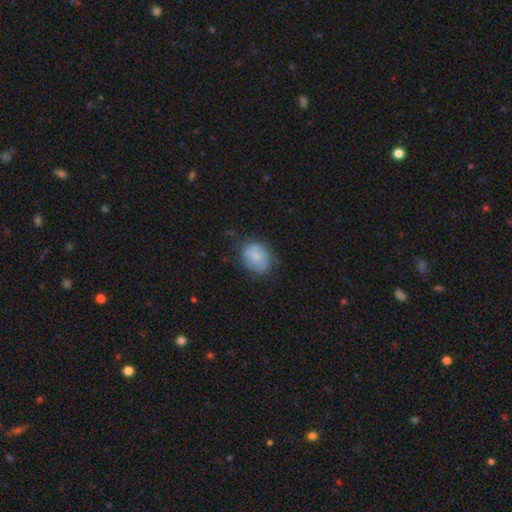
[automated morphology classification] Smooth or featured?
  - smooth: 70% *
  - featured or disk: 22%
  - star or artifact: 8%
How rounded?
  - round: 60% *
  - in between: 39%
  - cigar-shaped: 1%
Merging?
  - none: 62% *
  - minor disturbance: 27%
  - major disturbance: 9%
  - merger: 2%